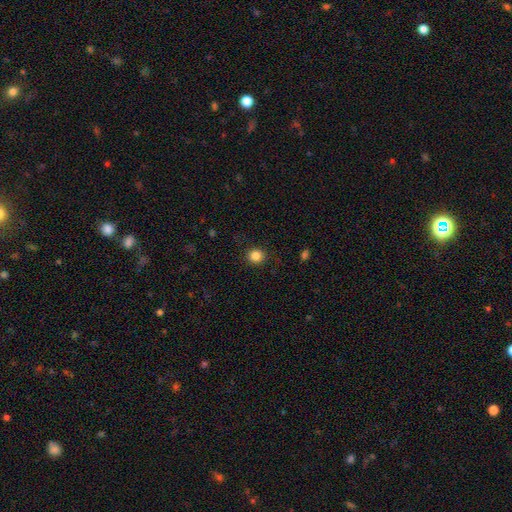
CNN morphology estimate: Overall: smooth (85%). How rounded: round (90%). Merging: none (90%).